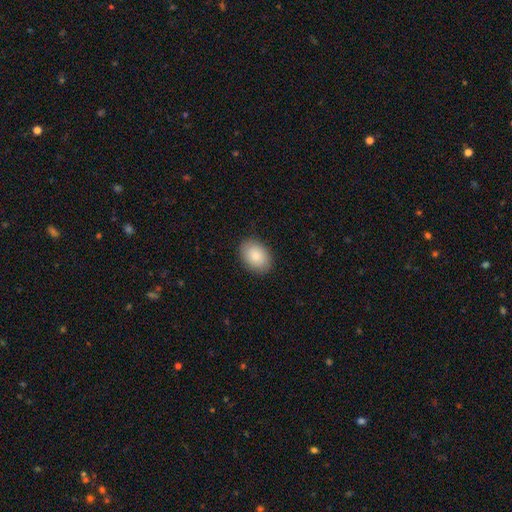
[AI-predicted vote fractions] Morphology: type=smooth (87%); roundness=in between (81%); merging=none (88%).